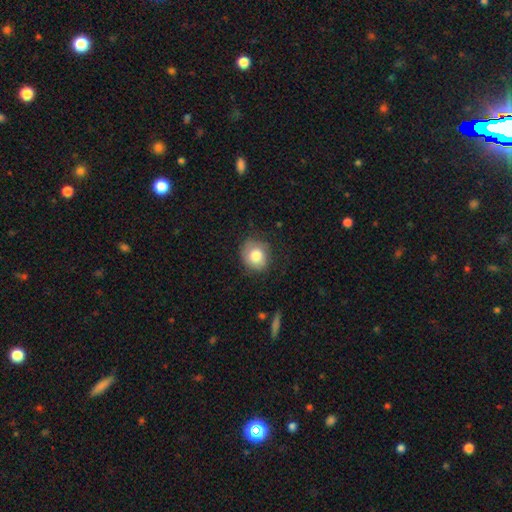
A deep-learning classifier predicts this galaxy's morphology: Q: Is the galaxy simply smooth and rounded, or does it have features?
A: smooth — 79%.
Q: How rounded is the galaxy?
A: round — 71%.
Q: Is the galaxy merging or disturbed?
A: none — 71%.